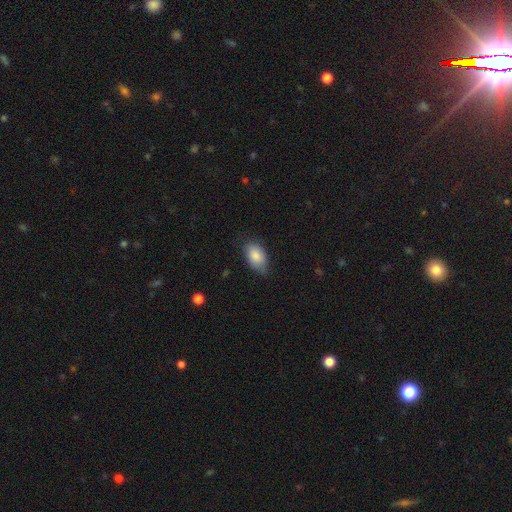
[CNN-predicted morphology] smooth_or_featured: smooth (p=0.85) [alt: featured or disk p=0.08]
how_rounded: in between (p=0.91) [alt: round p=0.07]
merging: none (p=0.69) [alt: minor disturbance p=0.25]